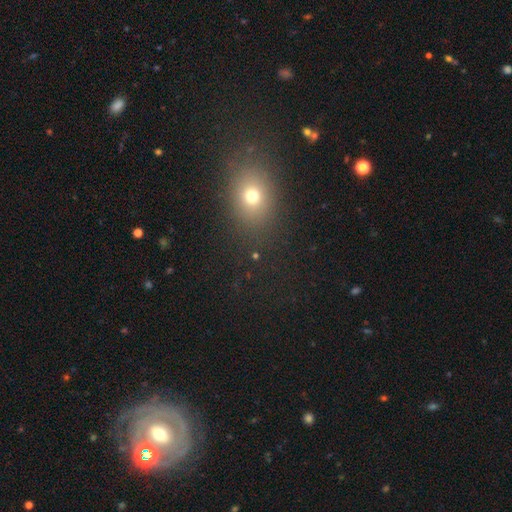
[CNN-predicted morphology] A smooth galaxy with no disk features (58%) that is round (54%).

Vote fractions:
- Smooth or featured? smooth: 58% / star or artifact: 31% / featured or disk: 11%
- How rounded? round: 54% / in between: 43% / cigar-shaped: 3%
- Merging? none: 82% / minor disturbance: 9% / major disturbance: 5% / merger: 4%